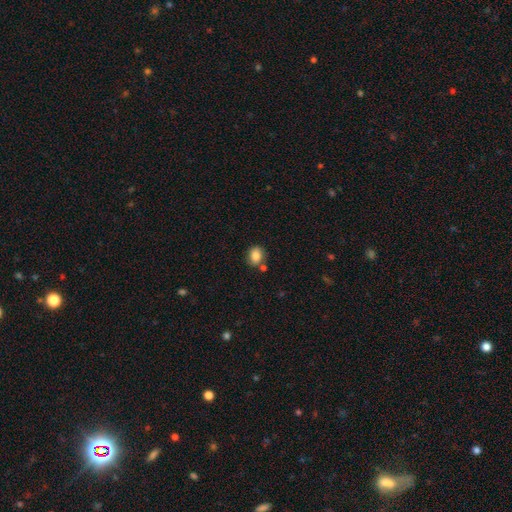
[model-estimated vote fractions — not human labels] Overall: smooth (84%). How rounded: round (50%; in between 49%). Merging: none (73%).